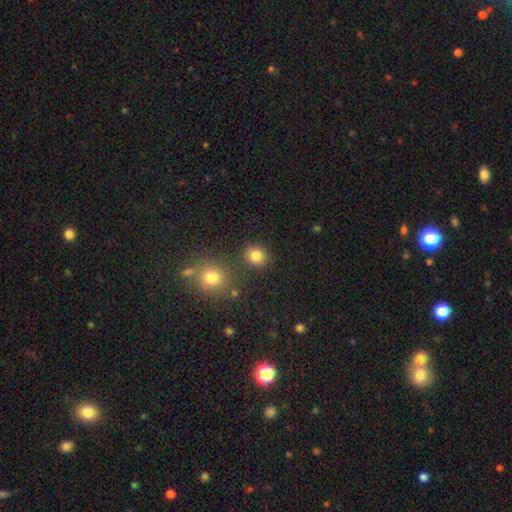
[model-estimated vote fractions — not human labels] This is clearly a smooth galaxy (83%). How rounded: likely round (73%). Merging: clearly none (82%).